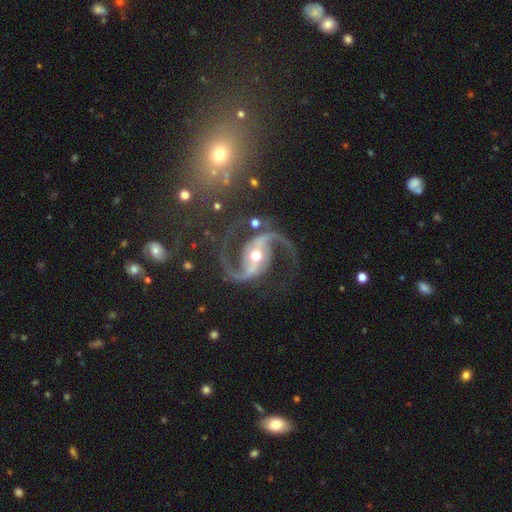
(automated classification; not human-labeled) smooth_or_featured: featured or disk (p=0.93) [alt: star or artifact p=0.04]
disk_edge_on: no (p=0.98) [alt: yes p=0.02]
bar: strong (p=0.52) [alt: weak p=0.29]
has_spiral_arms: yes (p=0.99) [alt: no p=0.01]
spiral_winding: medium (p=0.59) [alt: loose p=0.31]
spiral_arm_count: 2 (p=0.94) [alt: 3 p=0.01]
bulge_size: moderate (p=0.67) [alt: small p=0.26]
merging: none (p=0.77) [alt: minor disturbance p=0.12]